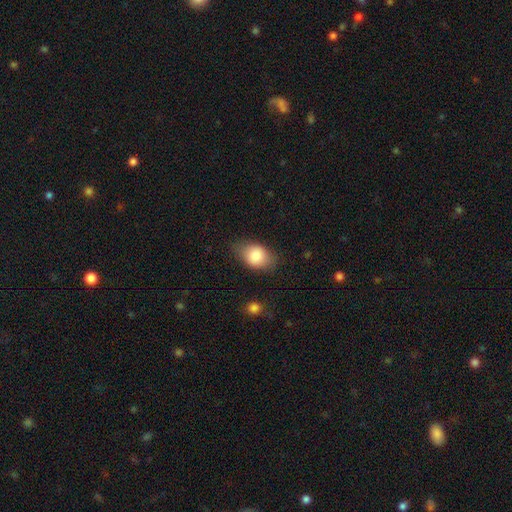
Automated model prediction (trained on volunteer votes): Smooth or featured? Predicted: smooth (p=0.84). How rounded? Predicted: in between (p=0.80). Merging? Predicted: none (p=0.72).